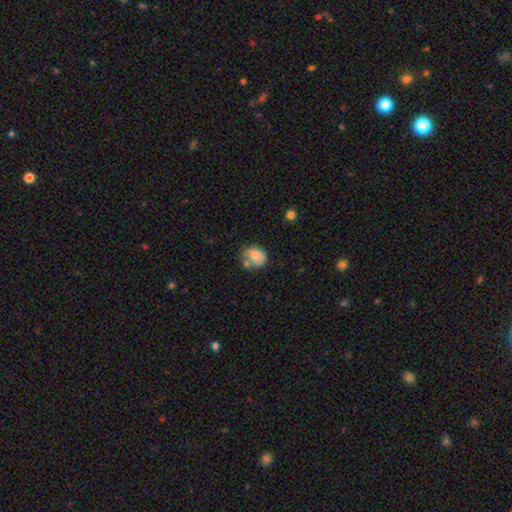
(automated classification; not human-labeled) This appears to be a smooth galaxy with no disk features (73%) that is round (56%). Merging: none (48%).